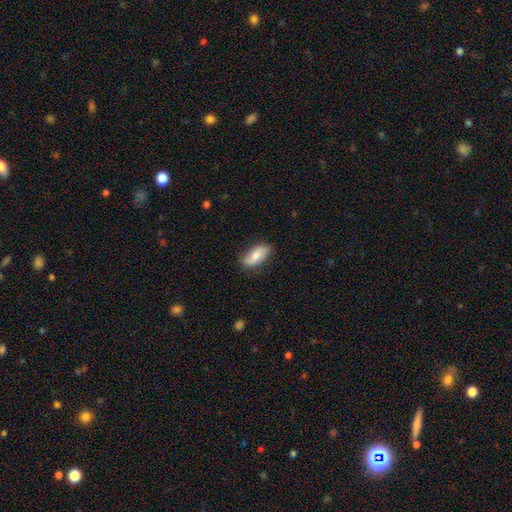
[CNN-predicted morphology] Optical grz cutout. It shows a smooth galaxy with no disk features (71%) that is in between round and cigar-shaped (87%). Merging: none (79%).